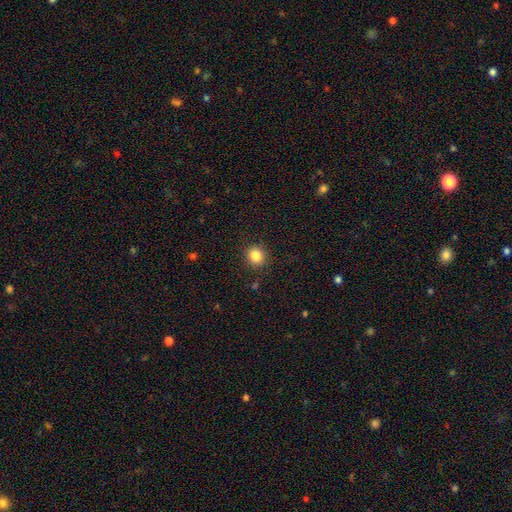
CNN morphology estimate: This appears to be a smooth galaxy with no disk features (85%) that is round (85%). Merging: none (90%).